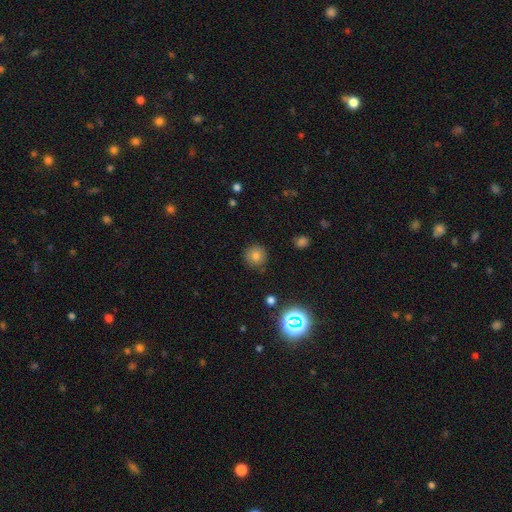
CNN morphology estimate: A smooth galaxy with no disk features (75%) that is round (94%). Merging: none (87%).